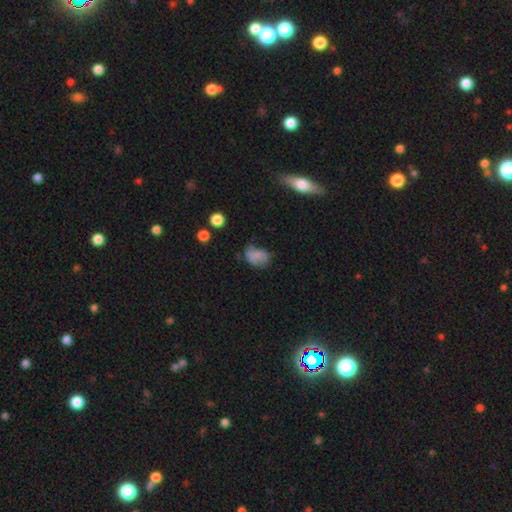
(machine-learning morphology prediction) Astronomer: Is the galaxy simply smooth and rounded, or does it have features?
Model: smooth — 68%.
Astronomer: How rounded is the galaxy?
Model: in between — 72%.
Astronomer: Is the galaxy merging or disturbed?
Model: none — 45% (runner-up: minor disturbance, 34%).